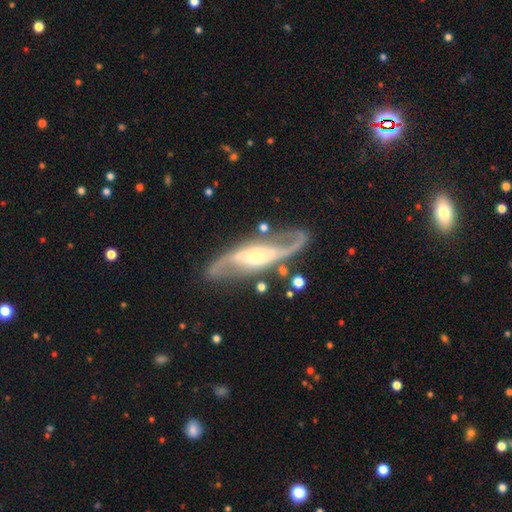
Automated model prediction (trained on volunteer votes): Q: Smooth or featured?
A: featured or disk (89%); runner-up: smooth (6%)
Q: Edge-on disk?
A: no (90%); runner-up: yes (10%)
Q: Bar?
A: no (37%); runner-up: weak (35%)
Q: Spiral arms?
A: yes (97%); runner-up: no (3%)
Q: Spiral winding?
A: medium (45%); runner-up: loose (42%)
Q: Spiral arm count?
A: 2 (92%); runner-up: can't tell (3%)
Q: Bulge size?
A: small (45%); runner-up: moderate (42%)
Q: Merging?
A: none (77%); runner-up: minor disturbance (13%)